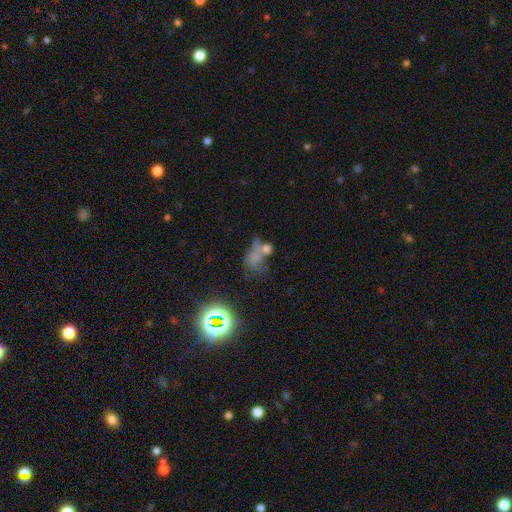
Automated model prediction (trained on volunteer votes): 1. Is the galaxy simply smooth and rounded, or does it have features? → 52% smooth, 28% star or artifact, 21% featured or disk.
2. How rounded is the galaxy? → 58% in between, 39% round, 4% cigar-shaped.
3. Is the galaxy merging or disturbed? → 38% merger, 27% none, 19% major disturbance, 15% minor disturbance.